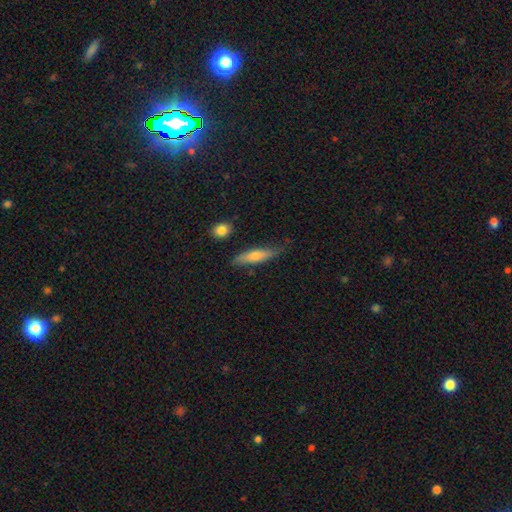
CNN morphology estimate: The model was most divided on "smooth or featured": smooth: 64%, featured or disk: 30%, star or artifact: 6%. More confident: merging — none (71%); how rounded — cigar-shaped (69%).